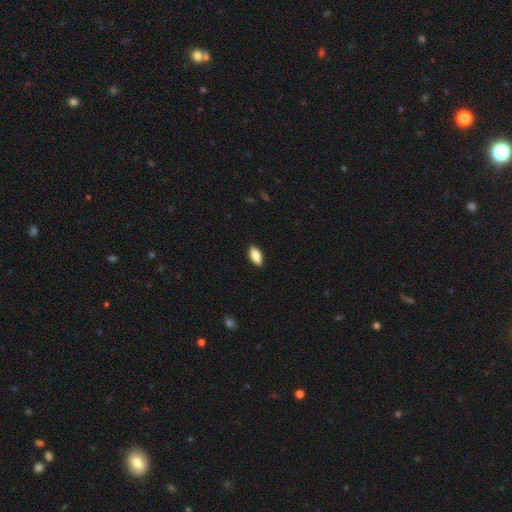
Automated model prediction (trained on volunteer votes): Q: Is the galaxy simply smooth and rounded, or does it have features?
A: smooth — 77%.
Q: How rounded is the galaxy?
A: in between — 79%.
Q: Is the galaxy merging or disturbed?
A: none — 88%.